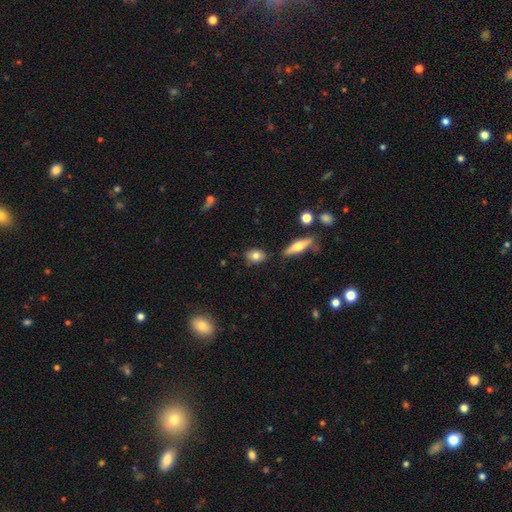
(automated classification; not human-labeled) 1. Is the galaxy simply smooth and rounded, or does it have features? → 76% smooth, 16% featured or disk, 8% star or artifact.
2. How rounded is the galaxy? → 70% in between, 26% round, 4% cigar-shaped.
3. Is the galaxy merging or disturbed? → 79% none, 14% minor disturbance, 5% merger, 3% major disturbance.